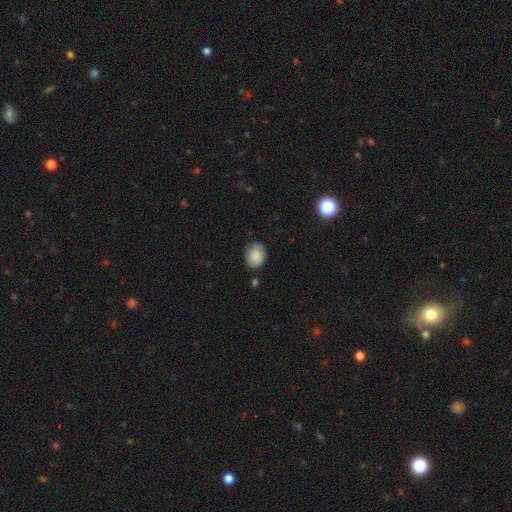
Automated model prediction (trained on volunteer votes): Q: Smooth or featured?
A: smooth (86%); runner-up: featured or disk (7%)
Q: How rounded?
A: round (53%); runner-up: in between (46%)
Q: Merging?
A: none (82%); runner-up: minor disturbance (13%)